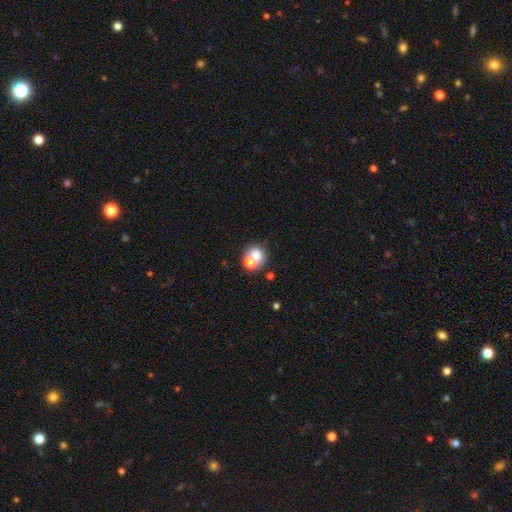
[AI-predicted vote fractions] This appears to be a smooth galaxy with no disk features (69%) that is round (78%). Merging: merger (51%).